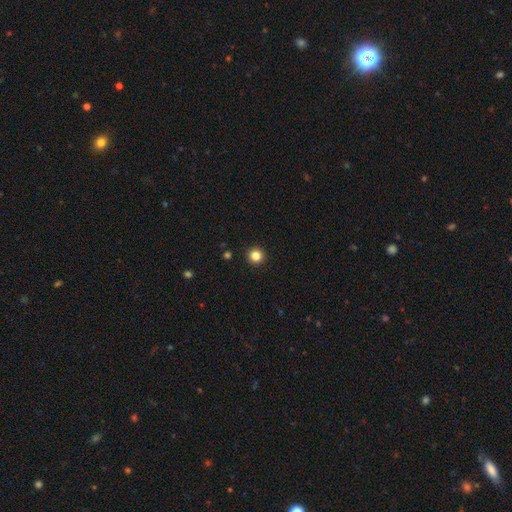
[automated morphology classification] smooth-or-featured: smooth: 85% | star or artifact: 12% | featured or disk: 3%
  how-rounded: round: 96% | in between: 3% | cigar-shaped: 1%
  merging: none: 93% | minor disturbance: 4% | major disturbance: 2% | merger: 1%